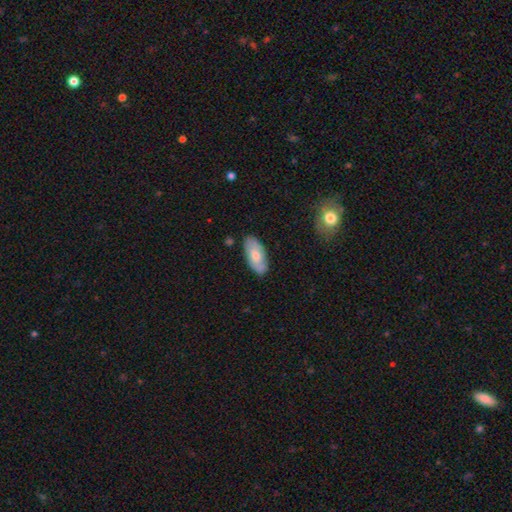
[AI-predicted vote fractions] Morphology: type=smooth (64%); roundness=in between (91%); merging=none (83%).